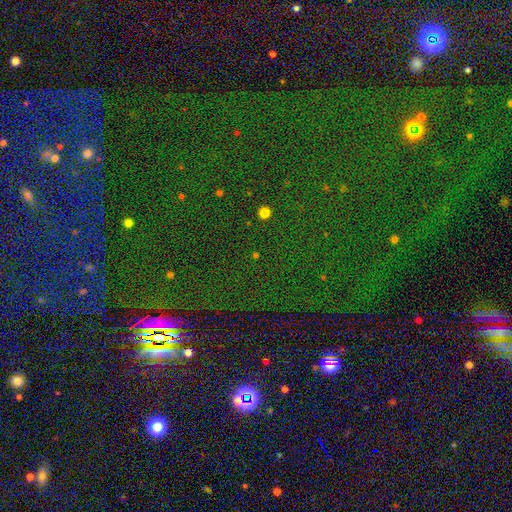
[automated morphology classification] Smooth or featured? star or artifact (76%)